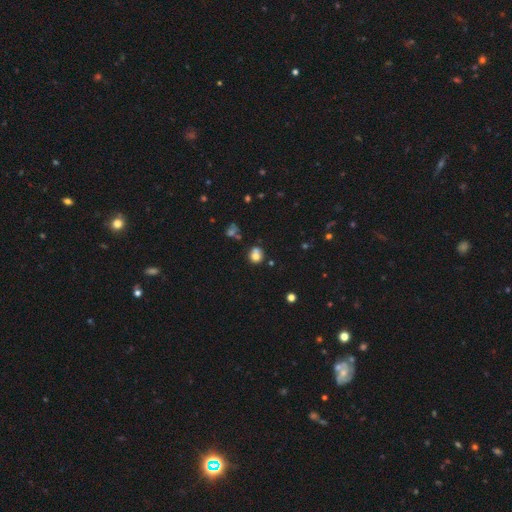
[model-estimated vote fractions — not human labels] Morphology: type=smooth (74%); roundness=round (80%); merging=none (57%).